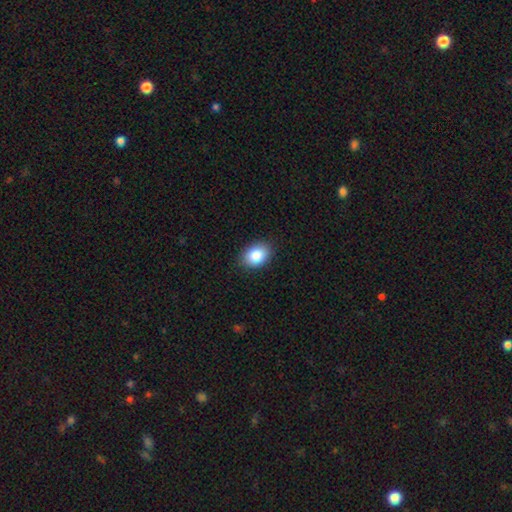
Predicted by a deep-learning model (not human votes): smooth_or_featured: smooth (p=0.86) [alt: star or artifact p=0.08]
how_rounded: in between (p=0.77) [alt: round p=0.22]
merging: none (p=0.88) [alt: minor disturbance p=0.09]